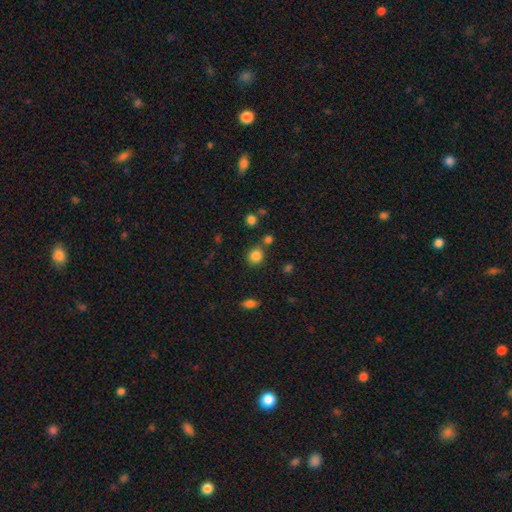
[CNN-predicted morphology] smooth 83%, star or artifact 12%, featured or disk 5%. Down the decision tree: how rounded — round (84%); merging — none (77%).